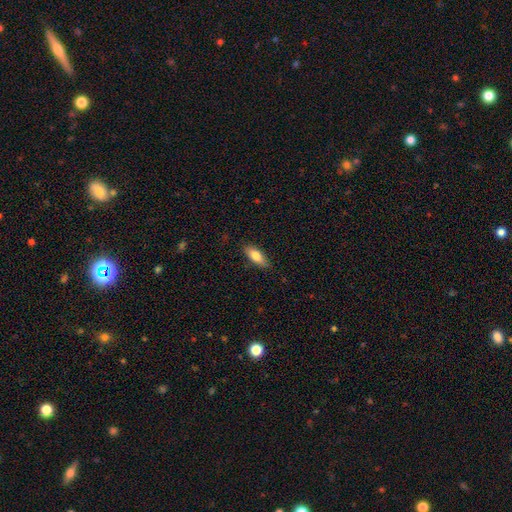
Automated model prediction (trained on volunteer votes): Smooth or featured? Predicted: smooth (p=0.75). How rounded? Predicted: in between (p=0.64). Merging? Predicted: none (p=0.82).